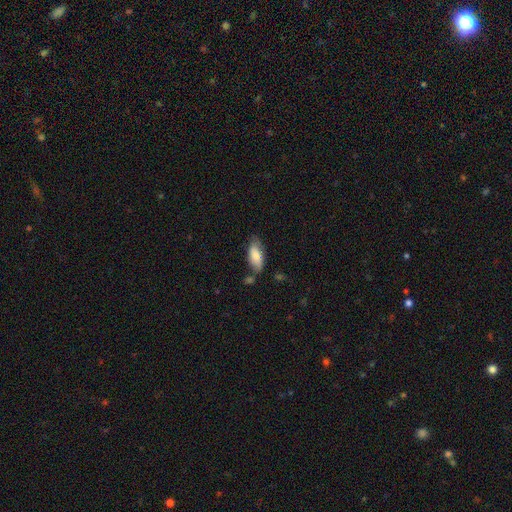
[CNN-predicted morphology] Q: Smooth or featured?
A: smooth (75%); runner-up: featured or disk (19%)
Q: How rounded?
A: in between (85%); runner-up: cigar-shaped (13%)
Q: Merging?
A: none (60%); runner-up: minor disturbance (25%)